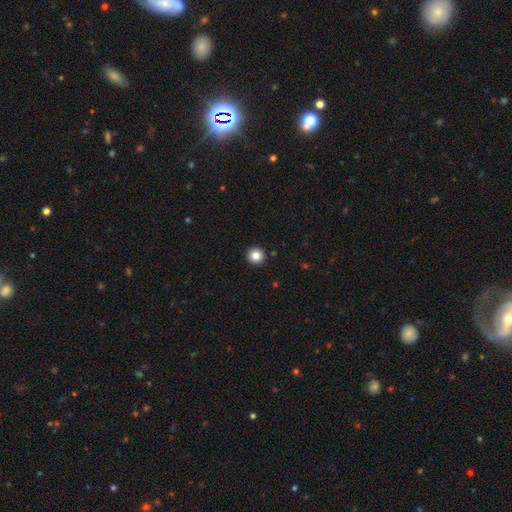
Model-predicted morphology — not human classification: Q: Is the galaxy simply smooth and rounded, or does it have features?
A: smooth — 84%.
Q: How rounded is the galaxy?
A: round — 95%.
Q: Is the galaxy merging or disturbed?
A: none — 94%.